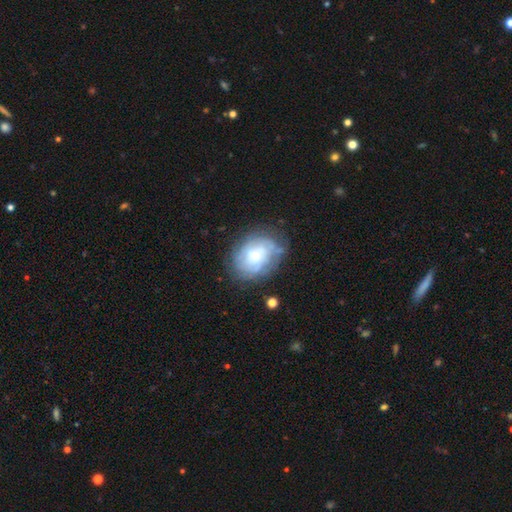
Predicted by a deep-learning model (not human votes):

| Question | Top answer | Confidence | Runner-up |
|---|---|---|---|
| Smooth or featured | featured or disk | 57% | smooth (34%) |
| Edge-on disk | no | 97% | yes (3%) |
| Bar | no | 77% | weak (19%) |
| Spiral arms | yes | 70% | no (30%) |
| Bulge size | small | 49% | moderate (31%) |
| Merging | none | 62% | minor disturbance (23%) |